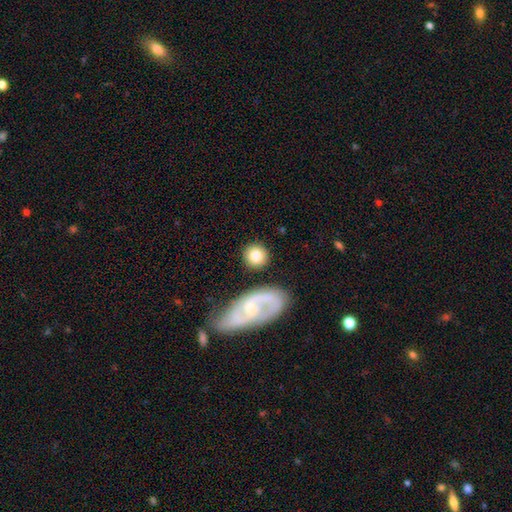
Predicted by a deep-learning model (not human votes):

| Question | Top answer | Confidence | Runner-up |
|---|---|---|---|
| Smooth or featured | smooth | 76% | featured or disk (17%) |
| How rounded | round | 89% | in between (10%) |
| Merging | none | 80% | minor disturbance (10%) |